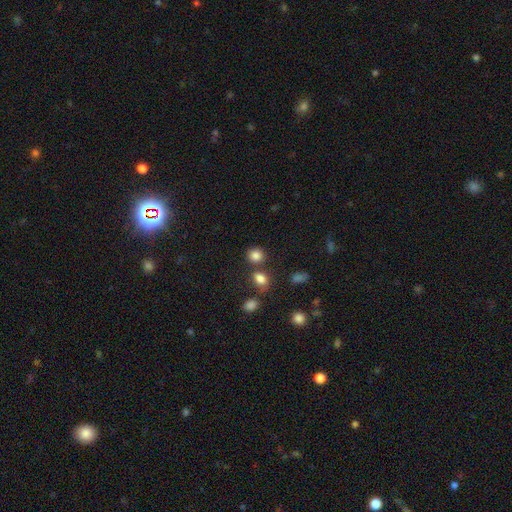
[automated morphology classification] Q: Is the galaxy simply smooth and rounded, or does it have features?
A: smooth — 83%.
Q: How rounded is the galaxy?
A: round — 79%.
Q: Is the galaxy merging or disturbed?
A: none — 71%.